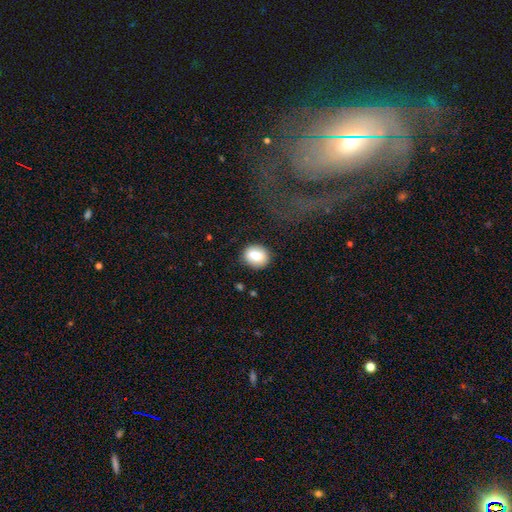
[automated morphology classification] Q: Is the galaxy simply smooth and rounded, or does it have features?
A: smooth — 75%.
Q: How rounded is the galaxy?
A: round — 55%.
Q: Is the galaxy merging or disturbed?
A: none — 81%.